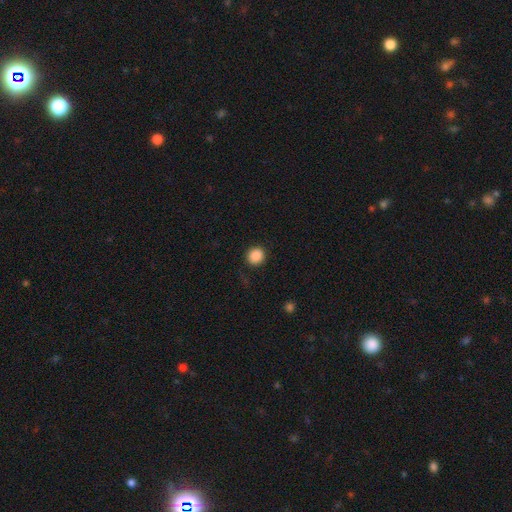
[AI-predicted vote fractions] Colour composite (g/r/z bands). It shows a smooth galaxy with no disk features (88%) that is round (91%). Merging: none (88%).